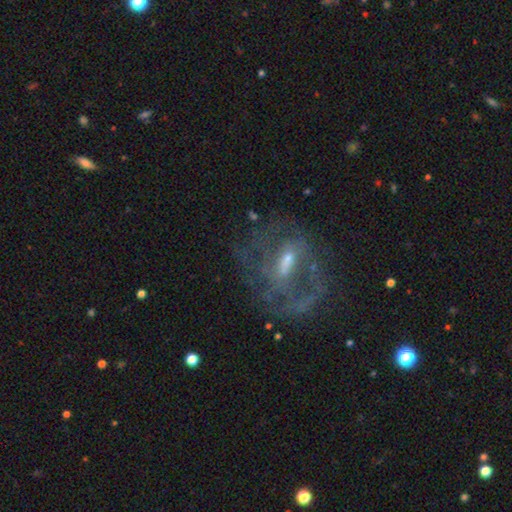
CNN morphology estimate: Q: Smooth or featured?
A: featured or disk (75%); runner-up: star or artifact (13%)
Q: Edge-on disk?
A: no (93%); runner-up: yes (7%)
Q: Bar?
A: weak (48%); runner-up: strong (28%)
Q: Spiral arms?
A: yes (73%); runner-up: no (27%)
Q: Spiral winding?
A: medium (43%); runner-up: tight (32%)
Q: Spiral arm count?
A: 2 (39%); runner-up: can't tell (37%)
Q: Bulge size?
A: small (46%); runner-up: moderate (40%)
Q: Merging?
A: none (60%); runner-up: major disturbance (21%)